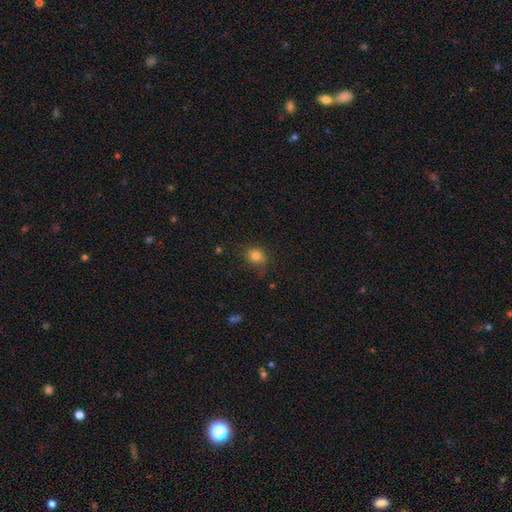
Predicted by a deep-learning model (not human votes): smooth_or_featured: smooth (p=0.81) [alt: star or artifact p=0.12]
how_rounded: round (p=0.63) [alt: in between p=0.36]
merging: none (p=0.70) [alt: minor disturbance p=0.21]